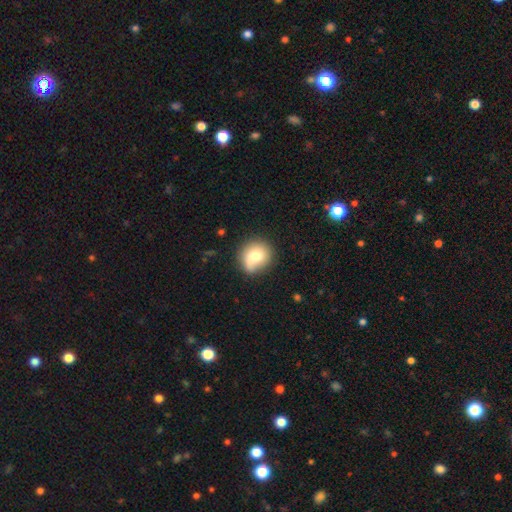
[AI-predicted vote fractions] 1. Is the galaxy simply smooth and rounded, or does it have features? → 71% smooth, 20% featured or disk, 9% star or artifact.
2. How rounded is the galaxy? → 80% round, 19% in between, 1% cigar-shaped.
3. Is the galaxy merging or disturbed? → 65% none, 23% minor disturbance, 7% major disturbance, 5% merger.